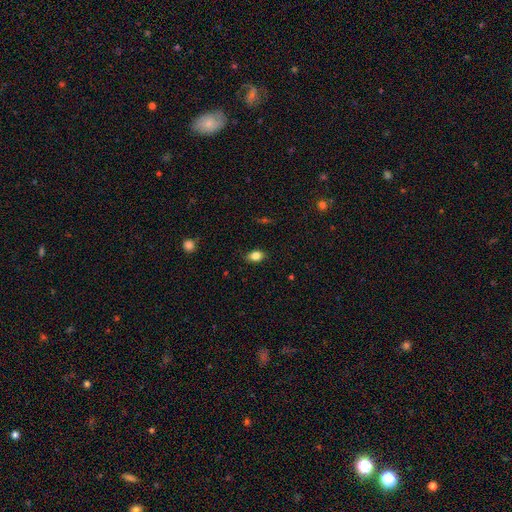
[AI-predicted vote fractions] Morphology: type=smooth (82%); roundness=in between (80%); merging=none (85%).